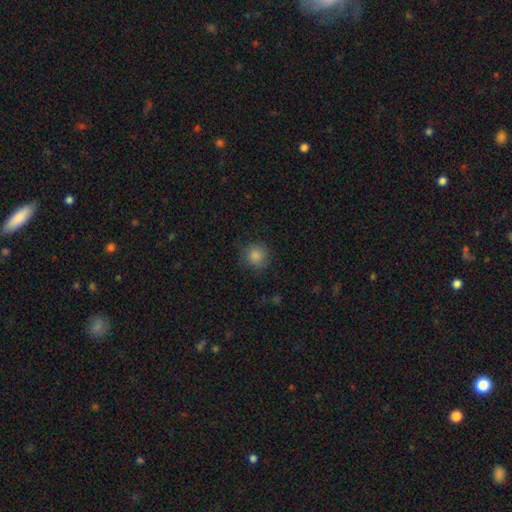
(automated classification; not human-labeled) Smooth or featured? Predicted: smooth (p=0.85). How rounded? Predicted: round (p=0.93). Merging? Predicted: none (p=0.84).